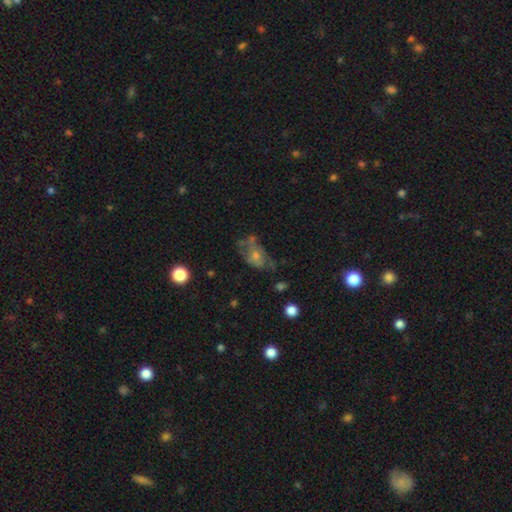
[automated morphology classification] This is marginally a featured or disk galaxy (43%). Merging: marginally none (38%).